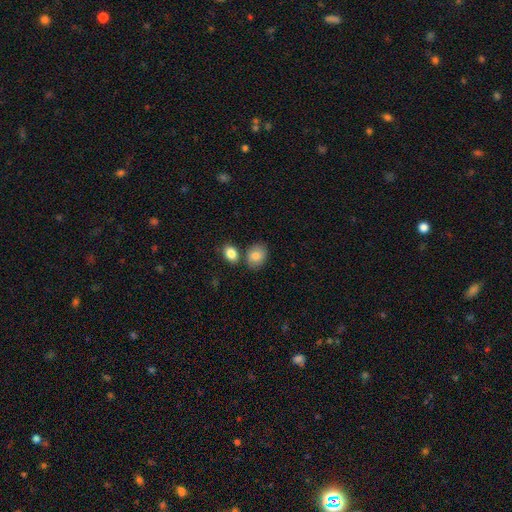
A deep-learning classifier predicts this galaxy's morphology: smooth 85%, star or artifact 8%, featured or disk 8%. Down the decision tree: how rounded — in between (57%); merging — none (69%).